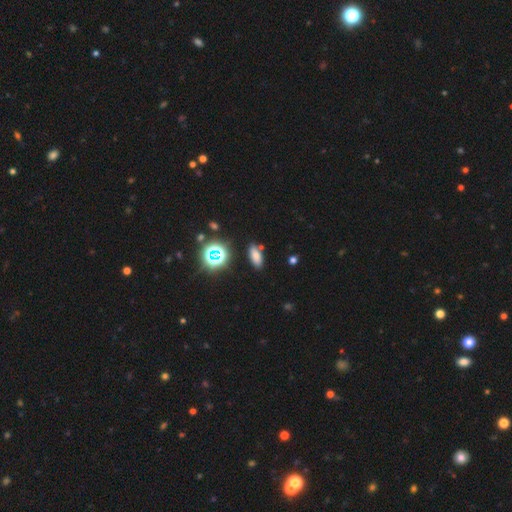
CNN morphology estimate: smooth 68%, star or artifact 23%, featured or disk 9%. Down the decision tree: how rounded — in between (79%); merging — none (81%).